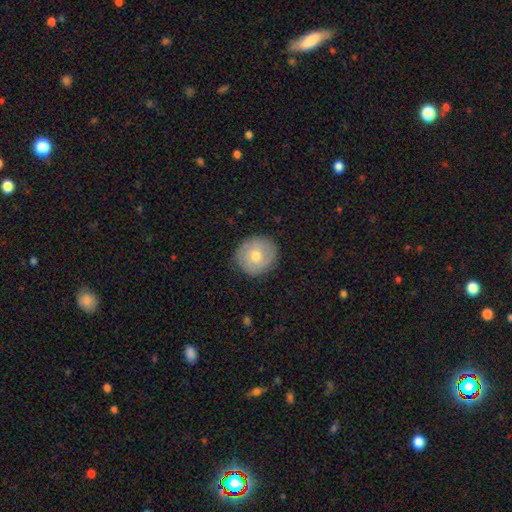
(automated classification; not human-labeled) smooth-or-featured: smooth: 63% | featured or disk: 30% | star or artifact: 7%
  how-rounded: round: 88% | in between: 11% | cigar-shaped: 1%
  merging: none: 86% | minor disturbance: 10% | major disturbance: 2% | merger: 1%